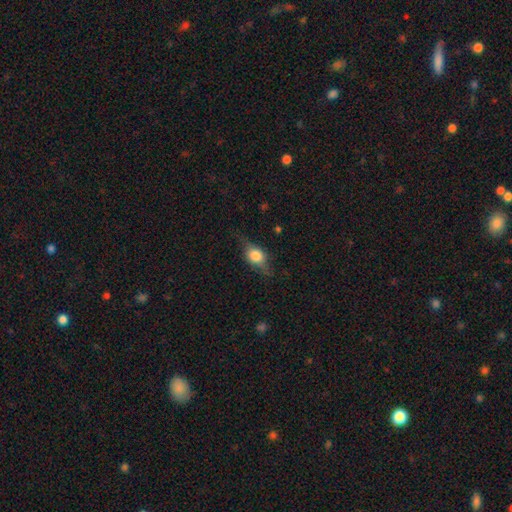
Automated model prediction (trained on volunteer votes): Smooth or featured? Predicted: smooth (p=0.59). How rounded? Predicted: in between (p=0.64). Merging? Predicted: none (p=0.68).